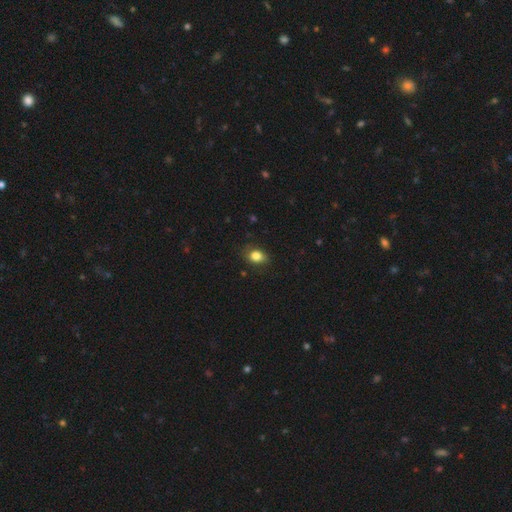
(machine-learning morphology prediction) Smooth or featured? smooth (84%)
How rounded? in between (68%)
Merging? none (78%)